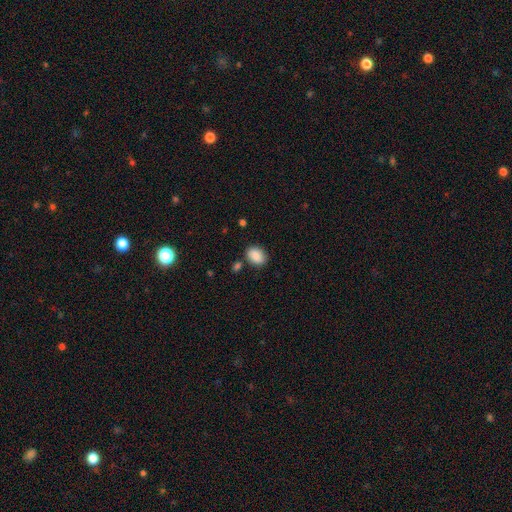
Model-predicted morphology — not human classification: smooth 87%, star or artifact 8%, featured or disk 5%. Down the decision tree: how rounded — in between (76%); merging — none (78%).